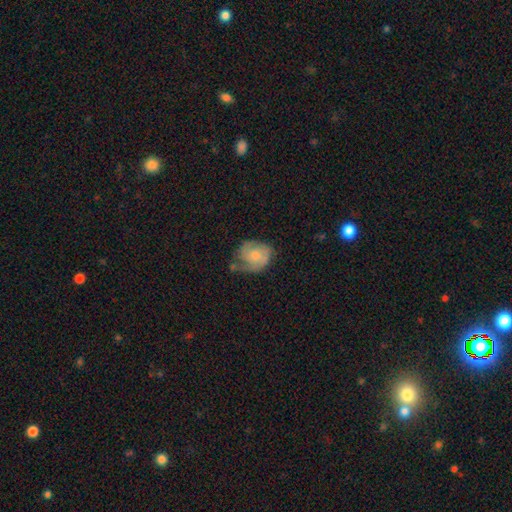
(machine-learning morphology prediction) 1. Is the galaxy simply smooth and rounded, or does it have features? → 56% featured or disk, 38% smooth, 7% star or artifact.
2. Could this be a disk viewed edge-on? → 97% no, 3% yes.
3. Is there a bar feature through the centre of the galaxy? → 75% no, 22% weak, 3% strong.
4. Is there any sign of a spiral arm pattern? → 83% yes, 17% no.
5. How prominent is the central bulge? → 42% moderate, 38% small, 11% none, 7% large, 2% dominant.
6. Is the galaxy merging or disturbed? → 41% none, 33% minor disturbance, 20% major disturbance, 5% merger.